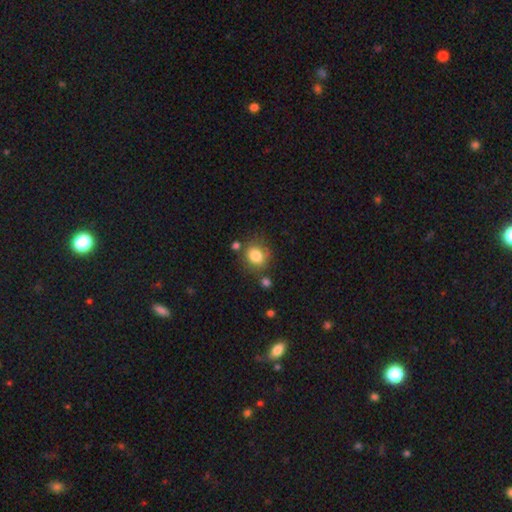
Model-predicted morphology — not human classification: This appears to be a smooth galaxy with no disk features (83%) that is round (67%). Merging: none (71%).